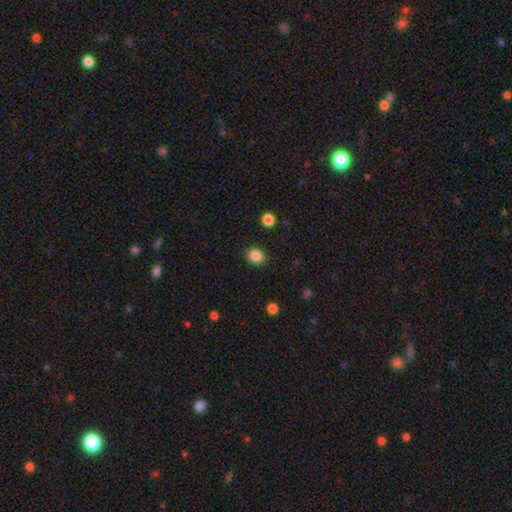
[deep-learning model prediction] The model was most divided on "how rounded": round: 67%, in between: 32%, cigar-shaped: 1%. More confident: merging — none (88%); smooth or featured — smooth (86%).